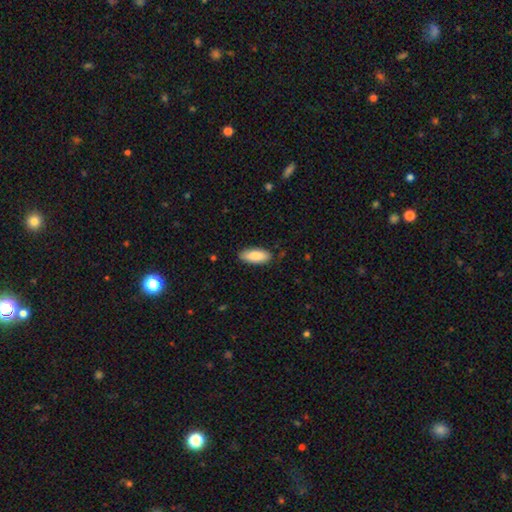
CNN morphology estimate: This appears to be a smooth galaxy with no disk features (87%) that is in between round and cigar-shaped (81%). Merging: none (84%).